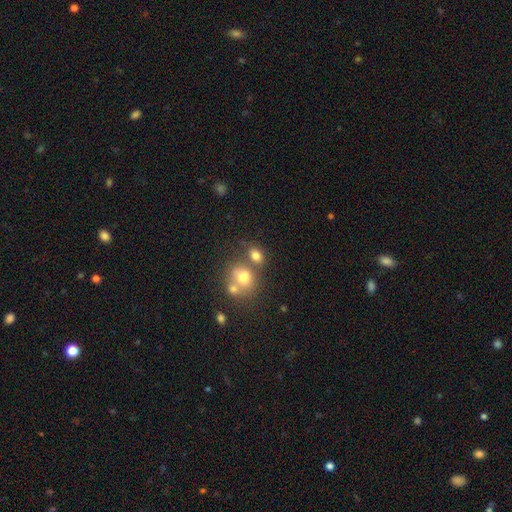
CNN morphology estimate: smooth_or_featured: smooth (p=0.75) [alt: featured or disk p=0.13]
how_rounded: in between (p=0.58) [alt: round p=0.41]
merging: none (p=0.48) [alt: merger p=0.35]